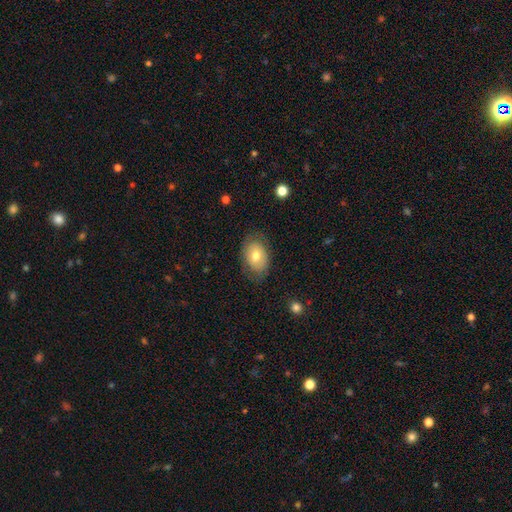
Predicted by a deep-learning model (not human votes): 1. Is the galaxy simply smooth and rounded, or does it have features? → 66% smooth, 26% featured or disk, 7% star or artifact.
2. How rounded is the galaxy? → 82% in between, 17% round, 1% cigar-shaped.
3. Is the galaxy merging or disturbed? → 75% none, 18% minor disturbance, 6% major disturbance, 1% merger.